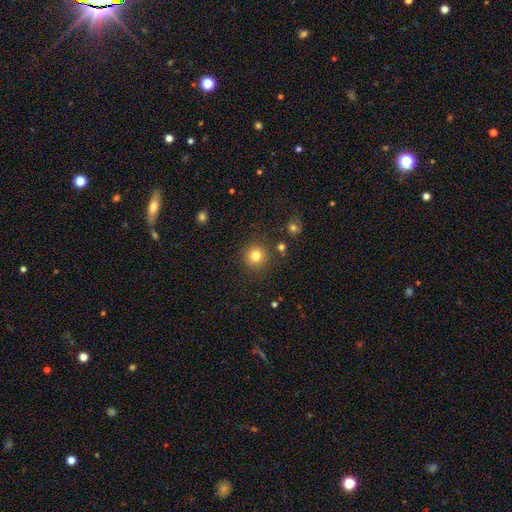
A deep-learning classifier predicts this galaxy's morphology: Smooth or featured? Predicted: smooth (p=0.81). How rounded? Predicted: round (p=0.94). Merging? Predicted: none (p=0.87).